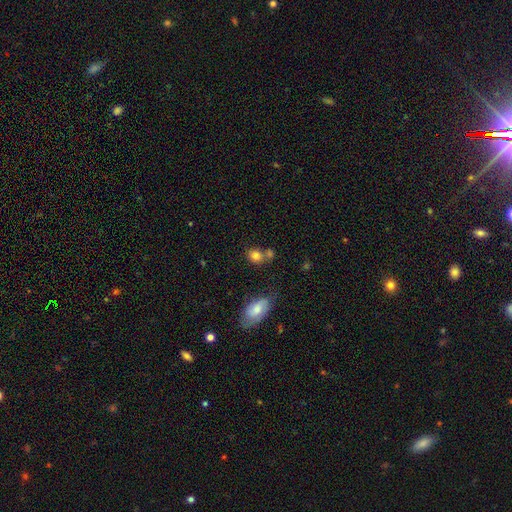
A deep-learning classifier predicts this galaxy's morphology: Smooth or featured?
  - smooth: 82% *
  - star or artifact: 10%
  - featured or disk: 8%
How rounded?
  - round: 57% *
  - in between: 42%
  - cigar-shaped: 2%
Merging?
  - none: 52% *
  - merger: 30%
  - minor disturbance: 13%
  - major disturbance: 5%